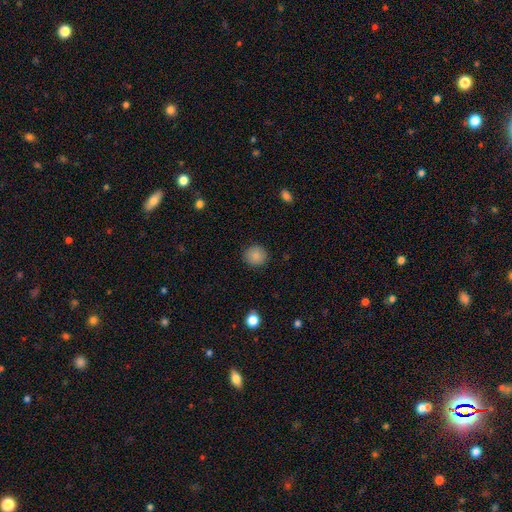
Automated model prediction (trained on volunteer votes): smooth_or_featured: smooth (p=0.87) [alt: star or artifact p=0.09]
how_rounded: round (p=0.90) [alt: in between p=0.09]
merging: none (p=0.90) [alt: minor disturbance p=0.07]